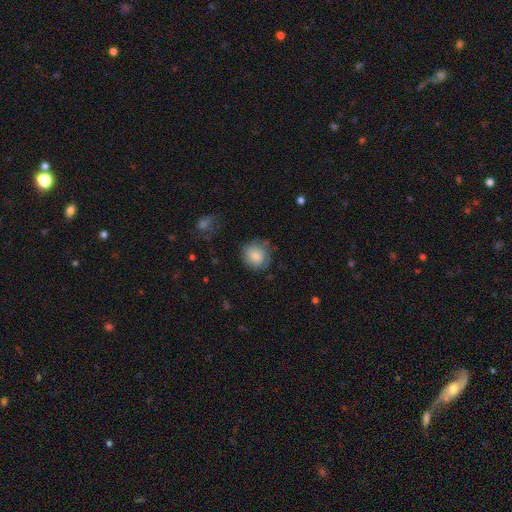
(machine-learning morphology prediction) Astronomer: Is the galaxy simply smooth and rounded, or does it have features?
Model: smooth — 78%.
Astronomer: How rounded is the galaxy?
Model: round — 82%.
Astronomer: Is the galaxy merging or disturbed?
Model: none — 65%.